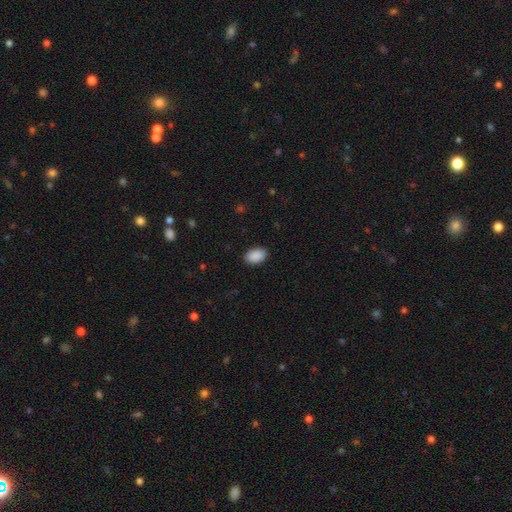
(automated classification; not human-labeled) Morphology: type=smooth (91%); roundness=in between (90%); merging=none (89%).